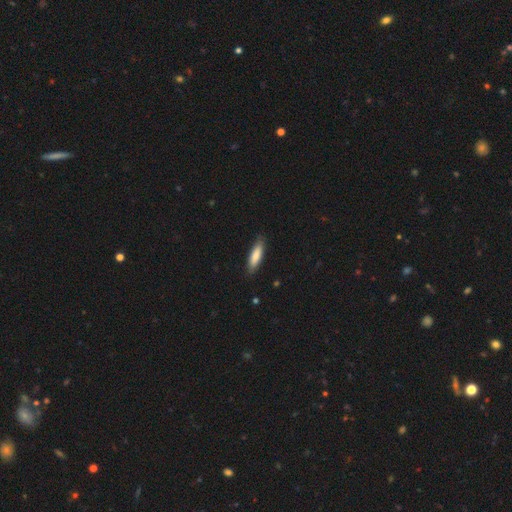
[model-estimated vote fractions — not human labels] A smooth galaxy with no disk features (81%) that is cigar-shaped (61%).

Vote fractions:
- Smooth or featured? smooth: 81% / featured or disk: 14% / star or artifact: 5%
- How rounded? cigar-shaped: 61% / in between: 37% / round: 1%
- Merging? none: 84% / minor disturbance: 13% / major disturbance: 2% / merger: 1%